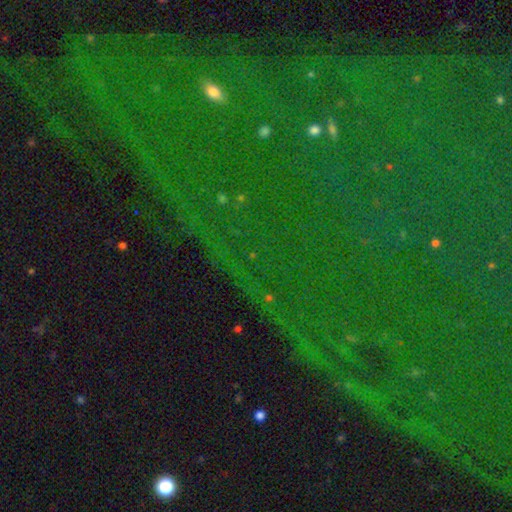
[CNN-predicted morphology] Smooth or featured? Predicted: star or artifact (p=0.84).